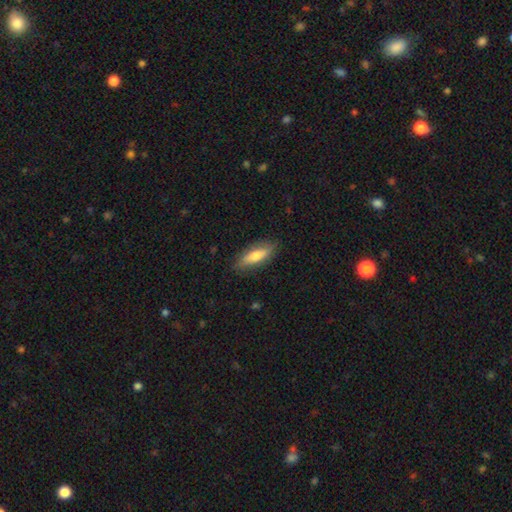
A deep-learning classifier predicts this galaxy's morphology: Q: Smooth or featured?
A: smooth (68%); runner-up: featured or disk (26%)
Q: How rounded?
A: in between (54%); runner-up: cigar-shaped (44%)
Q: Merging?
A: none (82%); runner-up: minor disturbance (14%)